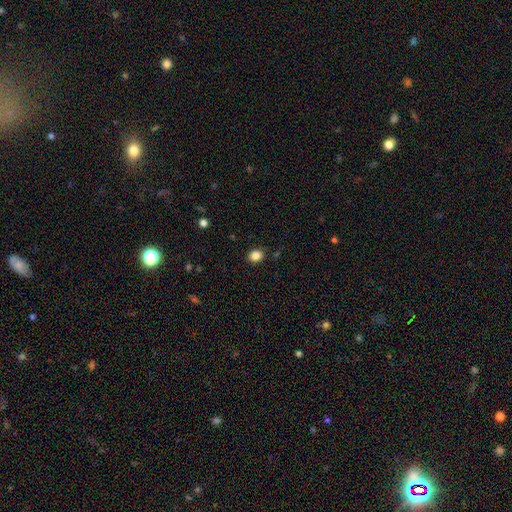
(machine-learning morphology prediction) Smooth or featured: smooth — 85% (star or artifact — 11%)
How rounded: round — 57% (in between — 43%)
Merging: none — 89% (minor disturbance — 8%)